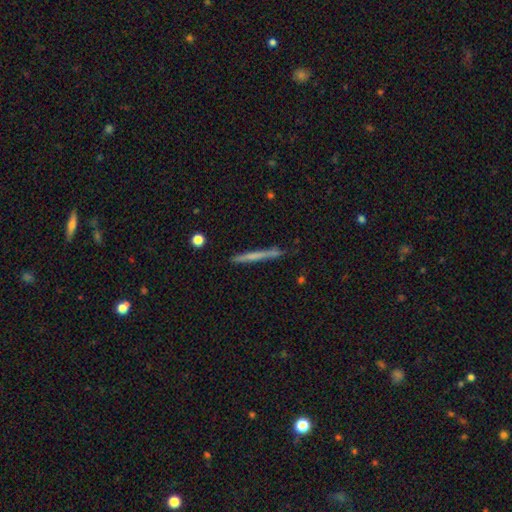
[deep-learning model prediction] Smooth or featured?
  - smooth: 51% *
  - featured or disk: 43%
  - star or artifact: 6%
How rounded?
  - cigar-shaped: 96% *
  - in between: 2%
  - round: 2%
Merging?
  - none: 87% *
  - minor disturbance: 9%
  - merger: 2%
  - major disturbance: 2%